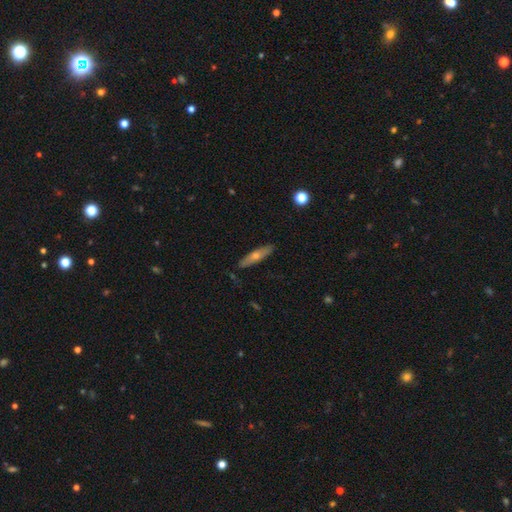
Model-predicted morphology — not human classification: Q: Smooth or featured?
A: featured or disk (48%); runner-up: smooth (45%)
Q: Merging?
A: none (86%); runner-up: minor disturbance (11%)